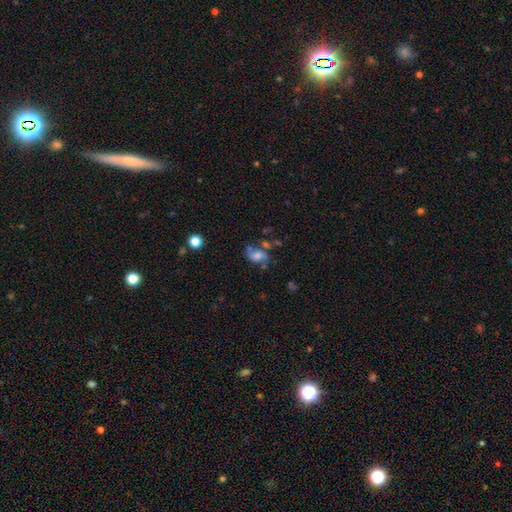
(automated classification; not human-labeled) A featured or disk galaxy (45%).

Vote fractions:
- Smooth or featured? featured or disk: 45% / smooth: 43% / star or artifact: 13%
- Merging? none: 45% / minor disturbance: 23% / major disturbance: 17% / merger: 15%